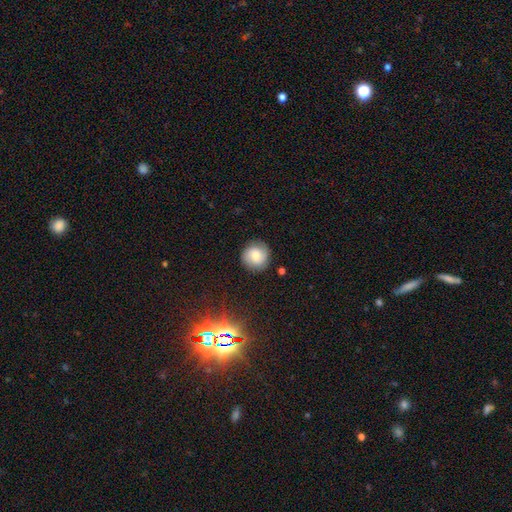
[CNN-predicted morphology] Smooth or featured?
  - smooth: 58% *
  - featured or disk: 32%
  - star or artifact: 10%
How rounded?
  - round: 92% *
  - in between: 7%
  - cigar-shaped: 1%
Merging?
  - none: 84% *
  - minor disturbance: 11%
  - major disturbance: 3%
  - merger: 1%